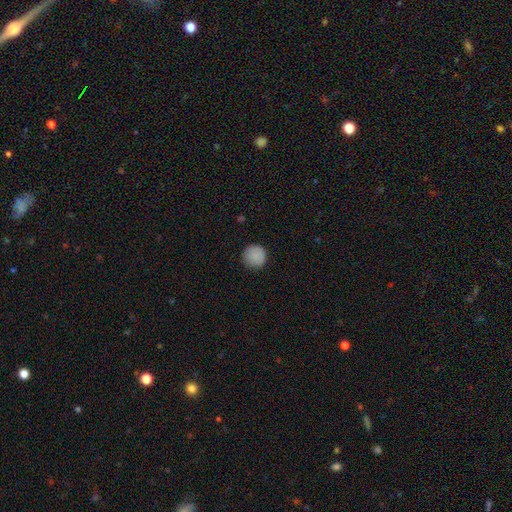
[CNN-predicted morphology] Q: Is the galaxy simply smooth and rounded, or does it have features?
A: smooth — 87%.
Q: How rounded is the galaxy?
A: round — 95%.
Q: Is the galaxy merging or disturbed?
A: none — 87%.